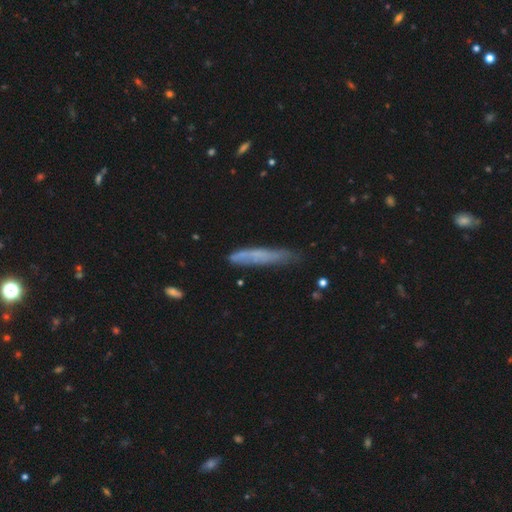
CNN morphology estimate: Smooth or featured? smooth (58%)
How rounded? cigar-shaped (92%)
Merging? none (68%)